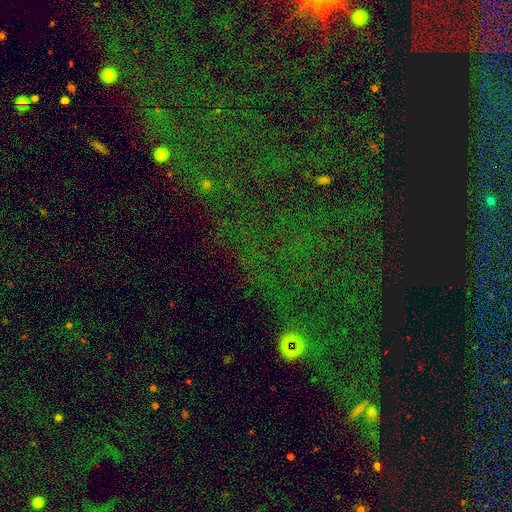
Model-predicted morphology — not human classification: type=star or artifact (78%).